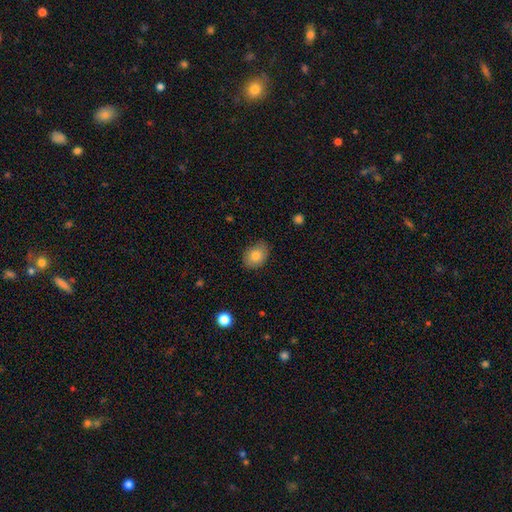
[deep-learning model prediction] This is clearly a smooth galaxy (83%). How rounded: likely in between (70%). Merging: likely none (79%).